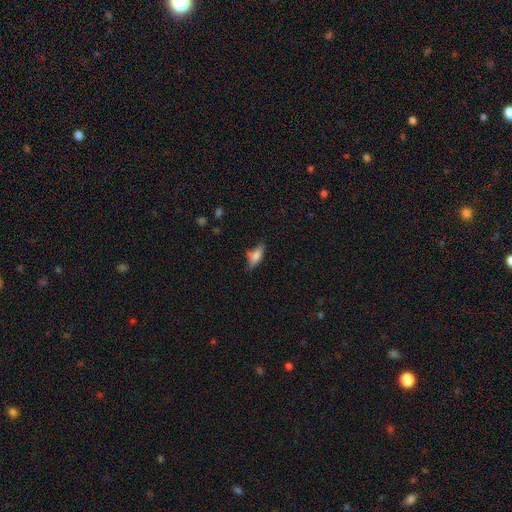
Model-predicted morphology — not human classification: A smooth galaxy with no disk features (72%) that is in between round and cigar-shaped (66%).

Vote fractions:
- Smooth or featured? smooth: 72% / featured or disk: 20% / star or artifact: 8%
- How rounded? in between: 66% / cigar-shaped: 31% / round: 3%
- Merging? none: 66% / minor disturbance: 23% / major disturbance: 6% / merger: 5%